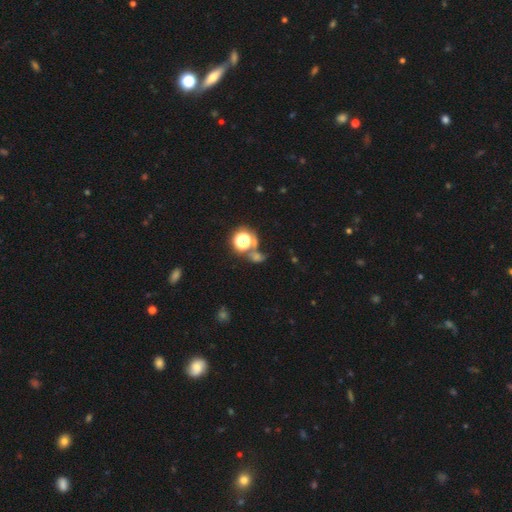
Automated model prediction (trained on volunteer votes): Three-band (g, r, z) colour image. It shows a star or artifact, not a galaxy (56%).